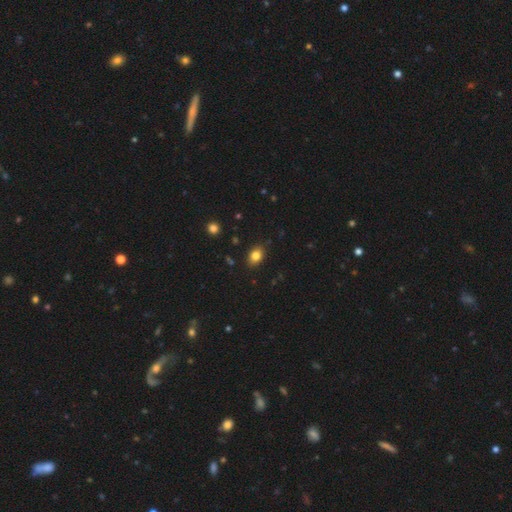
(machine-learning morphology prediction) A smooth galaxy with no disk features (82%) that is in between round and cigar-shaped (73%). Merging: none (86%).